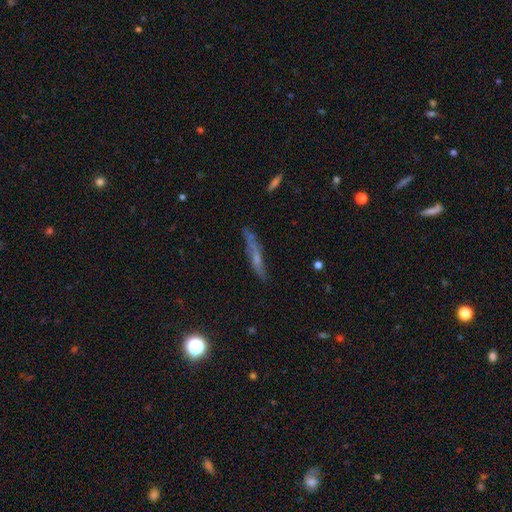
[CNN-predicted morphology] The model was most divided on "smooth or featured": featured or disk: 46%, smooth: 40%, star or artifact: 14%. More confident: merging — none (71%).